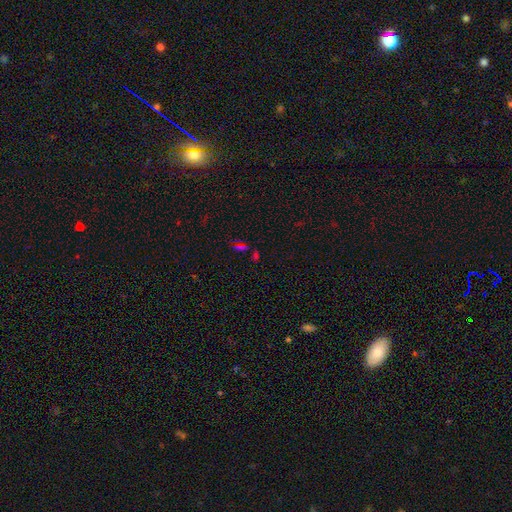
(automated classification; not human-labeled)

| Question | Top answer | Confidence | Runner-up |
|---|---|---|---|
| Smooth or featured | star or artifact | 53% | smooth (36%) |